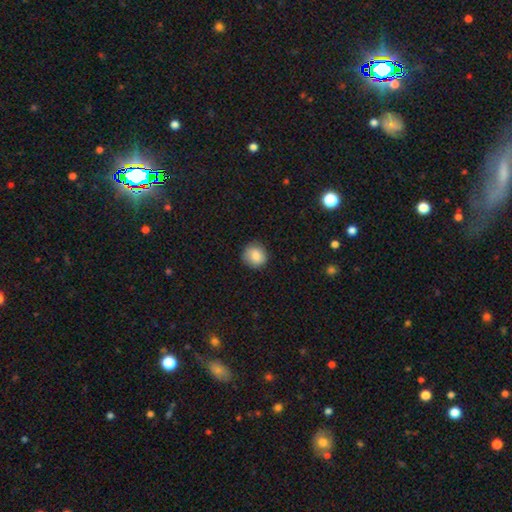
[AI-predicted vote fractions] Overall: smooth (85%). How rounded: round (90%). Merging: none (85%).